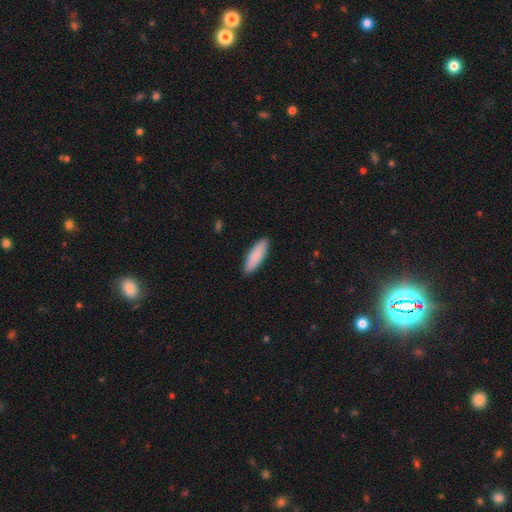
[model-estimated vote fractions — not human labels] smooth 88%, featured or disk 7%, star or artifact 5%. Down the decision tree: how rounded — in between (50%); merging — none (90%).